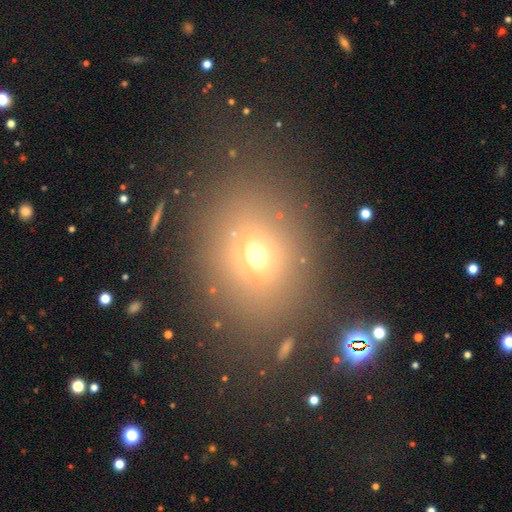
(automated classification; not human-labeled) The model was most divided on "how rounded": round: 51%, in between: 47%, cigar-shaped: 2%. More confident: merging — none (77%); smooth or featured — smooth (60%).